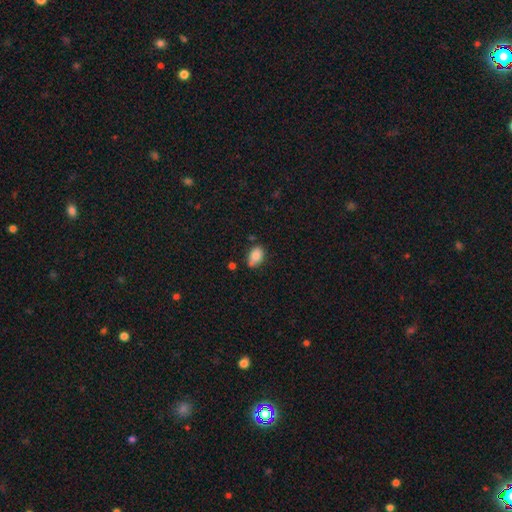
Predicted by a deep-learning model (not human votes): smooth_or_featured: smooth (p=0.83) [alt: star or artifact p=0.09]
how_rounded: in between (p=0.81) [alt: round p=0.17]
merging: none (p=0.59) [alt: minor disturbance p=0.28]